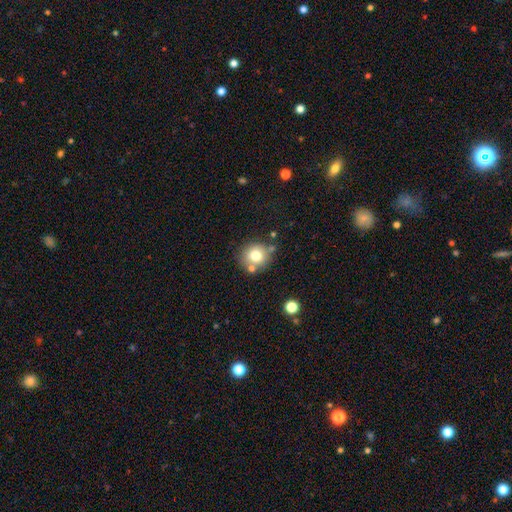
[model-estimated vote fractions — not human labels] A smooth galaxy with no disk features (75%) that is round (88%). Merging: none (72%).